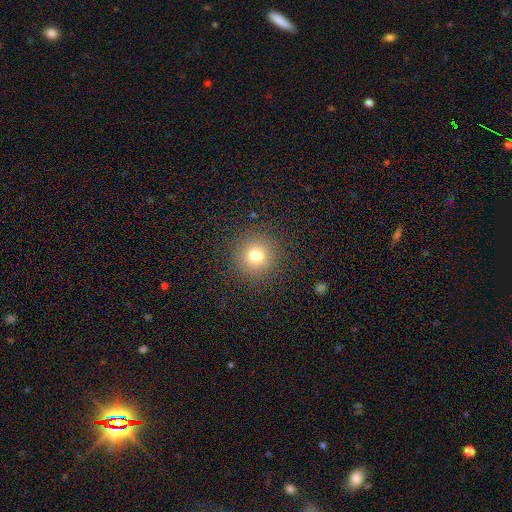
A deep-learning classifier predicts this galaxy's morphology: The model was most divided on "smooth or featured": smooth: 75%, star or artifact: 16%, featured or disk: 9%. More confident: how rounded — round (95%); merging — none (90%).